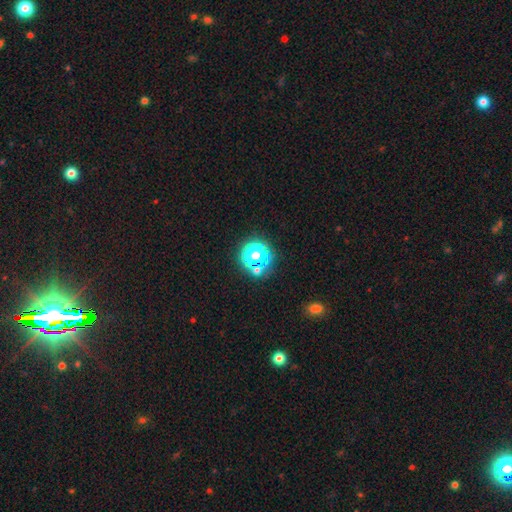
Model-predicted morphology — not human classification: A smooth galaxy with no disk features (54%) that is round (85%). Merging: none (65%).